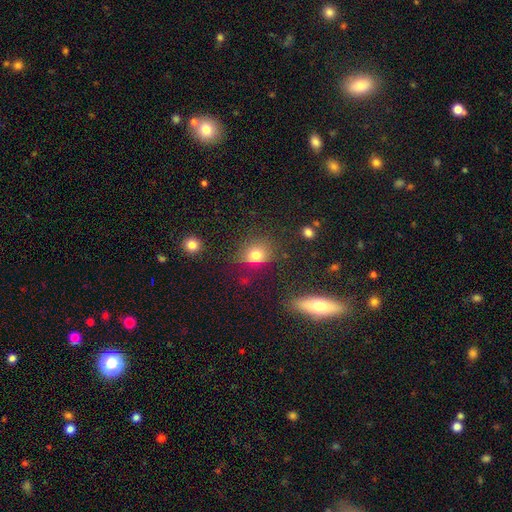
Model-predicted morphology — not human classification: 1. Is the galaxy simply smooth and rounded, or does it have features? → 76% smooth, 15% star or artifact, 9% featured or disk.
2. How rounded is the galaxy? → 60% round, 38% in between, 2% cigar-shaped.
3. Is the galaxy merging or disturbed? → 72% none, 17% minor disturbance, 7% major disturbance, 4% merger.